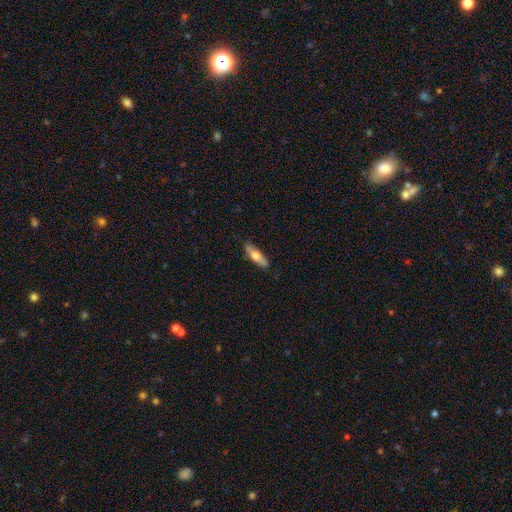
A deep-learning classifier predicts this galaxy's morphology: A smooth galaxy with no disk features (65%) that is cigar-shaped (54%). Merging: none (81%).